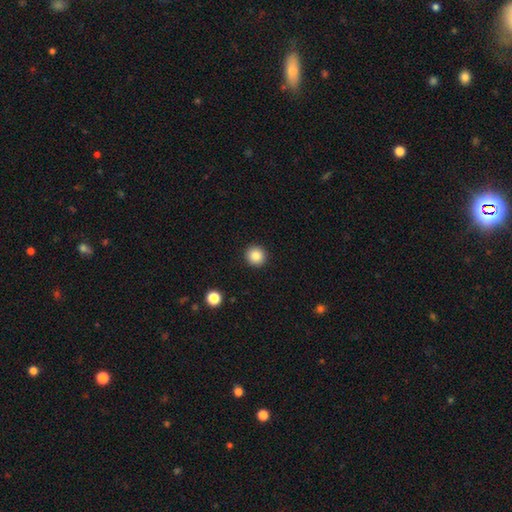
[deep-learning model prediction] The model was most divided on "smooth or featured": smooth: 86%, star or artifact: 10%, featured or disk: 4%. More confident: how rounded — round (95%); merging — none (93%).